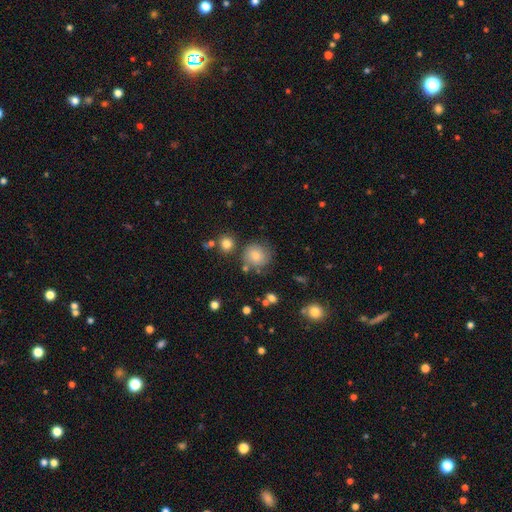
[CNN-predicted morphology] Smooth or featured? smooth (72%)
How rounded? round (89%)
Merging? none (72%)